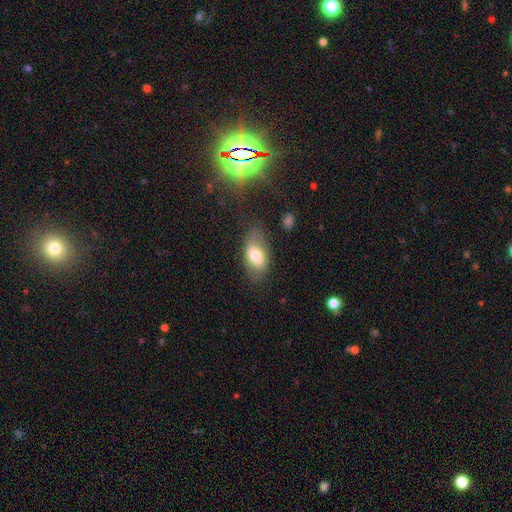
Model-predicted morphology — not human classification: type=smooth (72%); roundness=in between (91%); merging=none (65%).